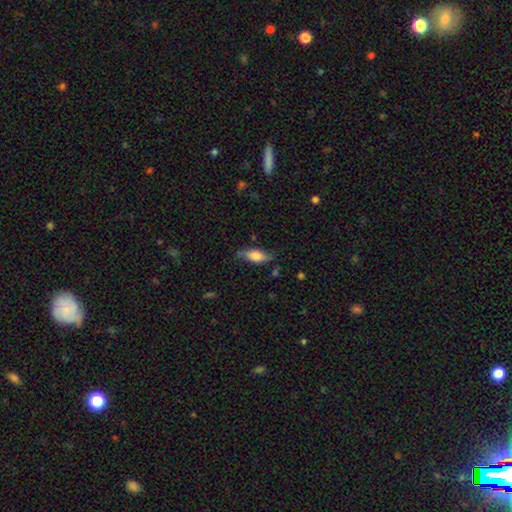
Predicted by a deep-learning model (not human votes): Smooth or featured? smooth (67%)
How rounded? in between (74%)
Merging? none (69%)